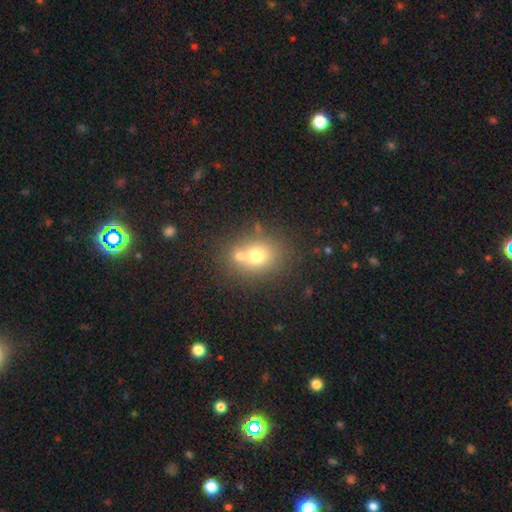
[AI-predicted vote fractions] smooth_or_featured: smooth (p=0.69) [alt: featured or disk p=0.17]
how_rounded: round (p=0.59) [alt: in between p=0.40]
merging: none (p=0.51) [alt: merger p=0.36]